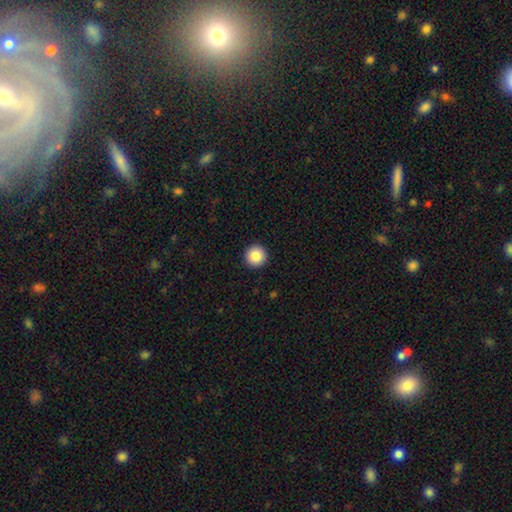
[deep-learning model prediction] Q: Smooth or featured?
A: smooth (85%); runner-up: star or artifact (9%)
Q: How rounded?
A: round (96%); runner-up: in between (3%)
Q: Merging?
A: none (93%); runner-up: minor disturbance (4%)